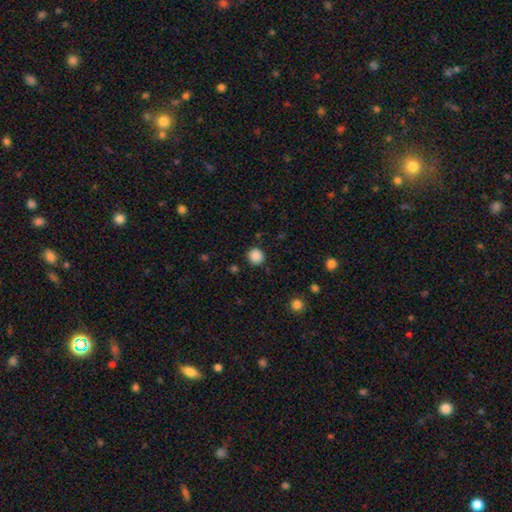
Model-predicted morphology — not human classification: smooth_or_featured: smooth (p=0.87) [alt: star or artifact p=0.10]
how_rounded: round (p=0.92) [alt: in between p=0.08]
merging: none (p=0.89) [alt: minor disturbance p=0.07]